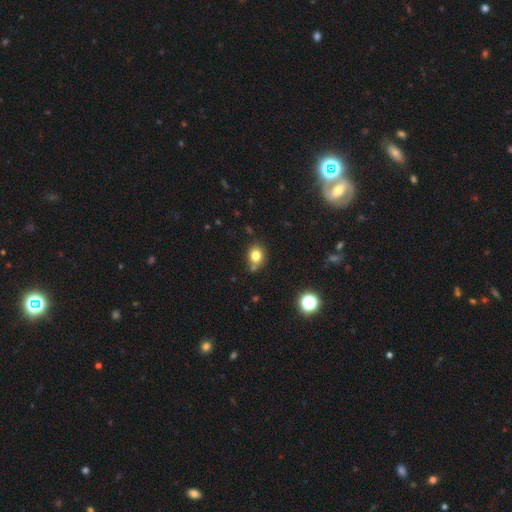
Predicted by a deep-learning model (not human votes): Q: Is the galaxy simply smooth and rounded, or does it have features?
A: smooth — 79%.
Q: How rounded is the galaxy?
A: round — 60%.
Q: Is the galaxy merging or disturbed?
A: none — 68%.